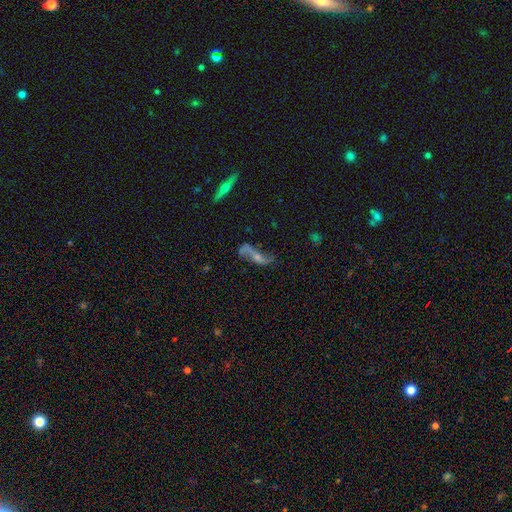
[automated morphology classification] Smooth or featured? featured or disk (80%)
Edge-on disk? no (82%)
Bar? no (50%)
Spiral arms? yes (89%)
Spiral winding? loose (89%)
Spiral arm count? 2 (89%)
Bulge size? small (53%)
Merging? none (62%)